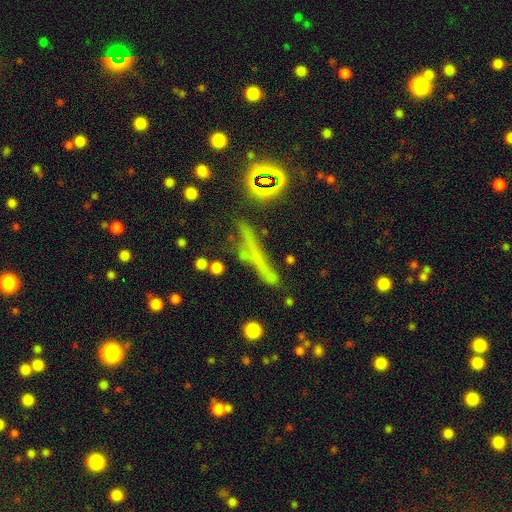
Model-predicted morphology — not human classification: A smooth galaxy with no disk features (44%).

Vote fractions:
- Smooth or featured? smooth: 44% / featured or disk: 31% / star or artifact: 25%
- Merging? none: 63% / minor disturbance: 19% / major disturbance: 11% / merger: 7%